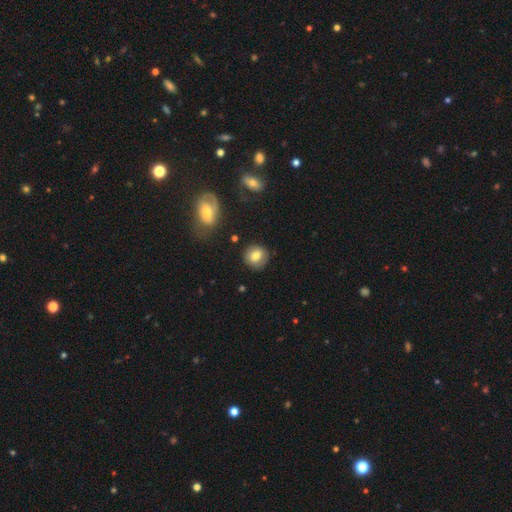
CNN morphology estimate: smooth-or-featured: smooth: 77% | featured or disk: 14% | star or artifact: 9%
  how-rounded: round: 84% | in between: 15% | cigar-shaped: 1%
  merging: none: 84% | minor disturbance: 11% | major disturbance: 3% | merger: 2%